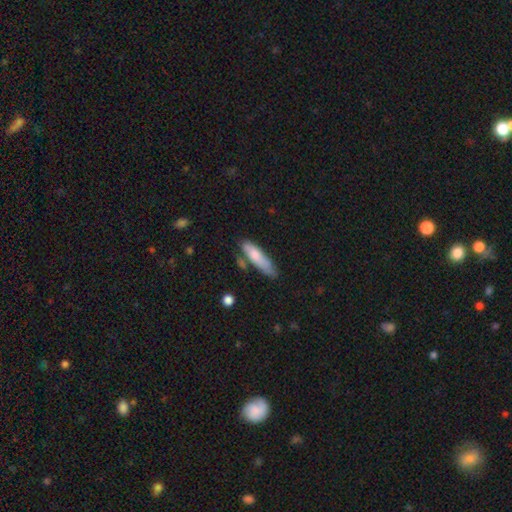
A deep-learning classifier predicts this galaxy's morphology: smooth 74%, featured or disk 20%, star or artifact 6%. Down the decision tree: how rounded — cigar-shaped (61%); merging — none (54%).